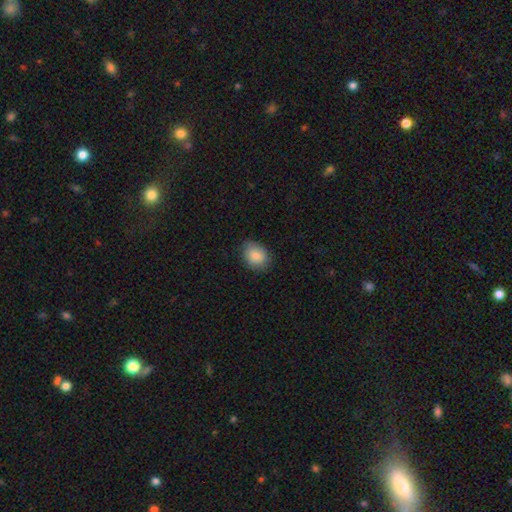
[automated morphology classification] The model was most divided on "how rounded": in between: 53%, round: 46%, cigar-shaped: 1%. More confident: smooth or featured — smooth (85%); merging — none (78%).